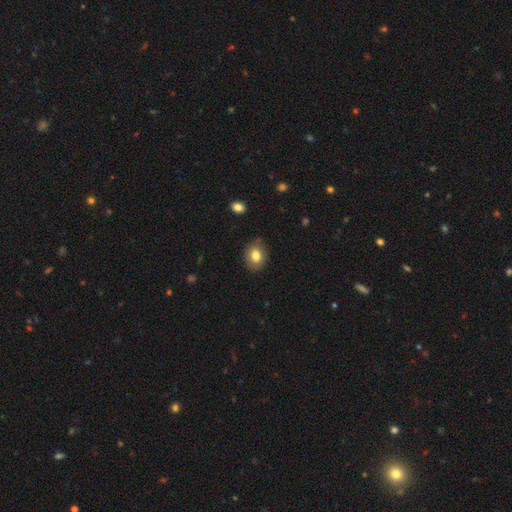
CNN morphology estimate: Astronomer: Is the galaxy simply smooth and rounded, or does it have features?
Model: smooth — 81%.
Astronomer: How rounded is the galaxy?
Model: in between — 58% (runner-up: round, 41%).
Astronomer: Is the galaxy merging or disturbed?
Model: none — 82%.